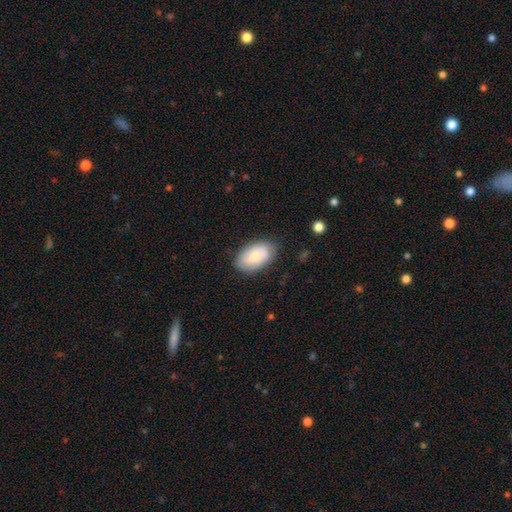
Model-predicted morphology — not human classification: A smooth galaxy with no disk features (73%) that is in between round and cigar-shaped (93%).

Vote fractions:
- Smooth or featured? smooth: 73% / featured or disk: 21% / star or artifact: 7%
- How rounded? in between: 93% / round: 5% / cigar-shaped: 1%
- Merging? none: 79% / minor disturbance: 16% / major disturbance: 4% / merger: 1%